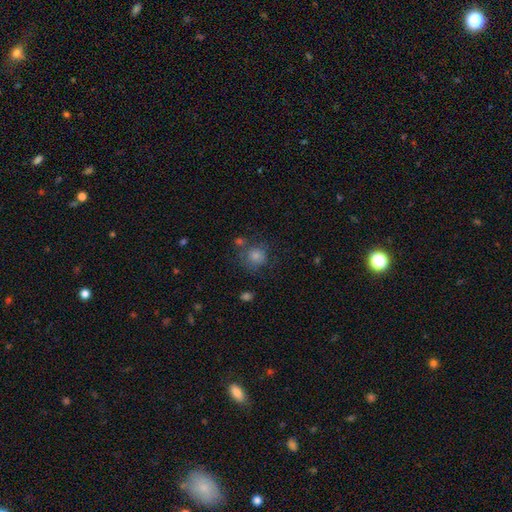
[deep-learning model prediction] The model was most divided on "smooth or featured": smooth: 64%, star or artifact: 22%, featured or disk: 13%. More confident: how rounded — round (90%); merging — none (70%).